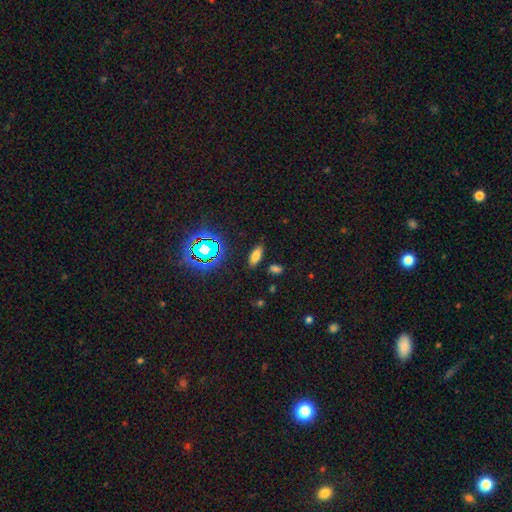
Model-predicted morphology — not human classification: Overall: smooth (68%). How rounded: in between (81%). Merging: none (85%).